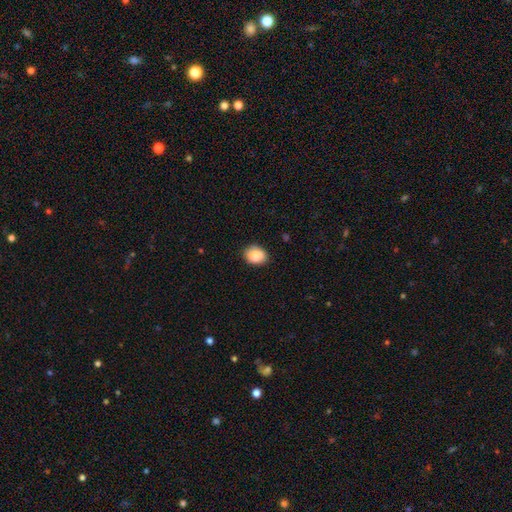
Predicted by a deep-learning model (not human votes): Smooth or featured? smooth (84%)
How rounded? in between (53%)
Merging? none (87%)